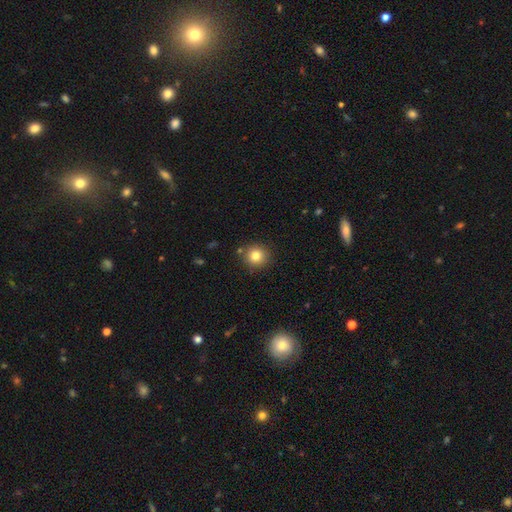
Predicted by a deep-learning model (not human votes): Q: Smooth or featured?
A: smooth (81%); runner-up: star or artifact (12%)
Q: How rounded?
A: round (90%); runner-up: in between (9%)
Q: Merging?
A: none (85%); runner-up: minor disturbance (8%)